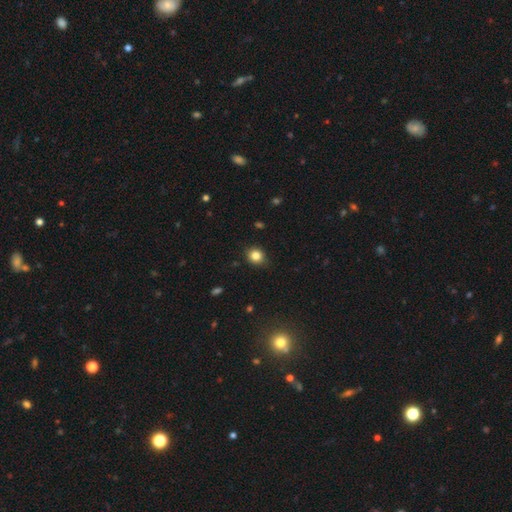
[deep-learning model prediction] smooth-or-featured: smooth: 83% | star or artifact: 11% | featured or disk: 6%
  how-rounded: round: 69% | in between: 30% | cigar-shaped: 1%
  merging: none: 85% | minor disturbance: 12% | major disturbance: 2% | merger: 1%